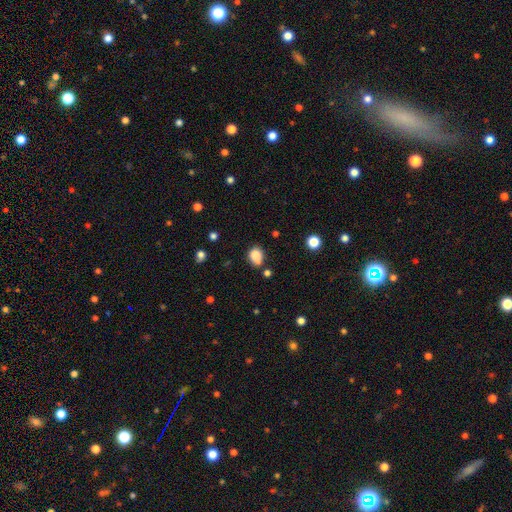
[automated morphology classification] type=smooth (81%); roundness=round (64%); merging=none (53%).